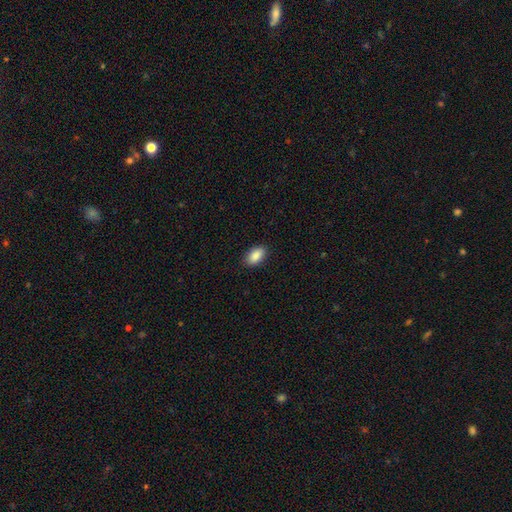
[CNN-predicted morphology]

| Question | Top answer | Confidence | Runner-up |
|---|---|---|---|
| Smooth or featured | smooth | 88% | star or artifact (7%) |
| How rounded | in between | 93% | round (5%) |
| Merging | none | 89% | minor disturbance (8%) |